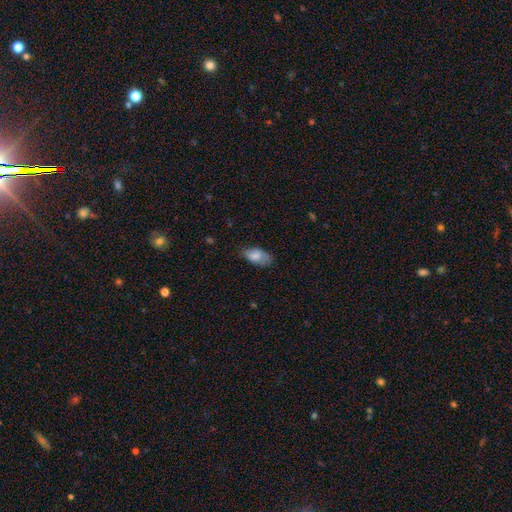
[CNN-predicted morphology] smooth 78%, featured or disk 15%, star or artifact 7%. Down the decision tree: how rounded — in between (93%); merging — none (66%).